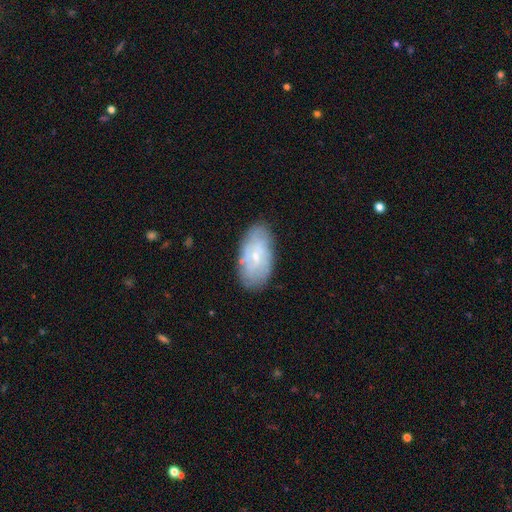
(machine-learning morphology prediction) smooth_or_featured: featured or disk (p=0.49) [alt: smooth p=0.43]
merging: none (p=0.80) [alt: minor disturbance p=0.15]